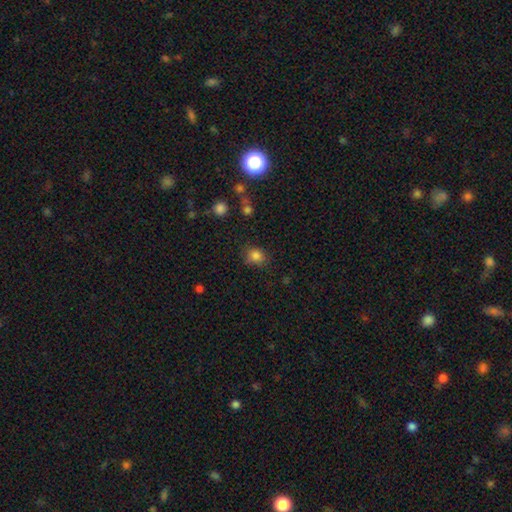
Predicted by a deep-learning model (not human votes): Smooth or featured? Predicted: smooth (p=0.82). How rounded? Predicted: round (p=0.60). Merging? Predicted: none (p=0.72).